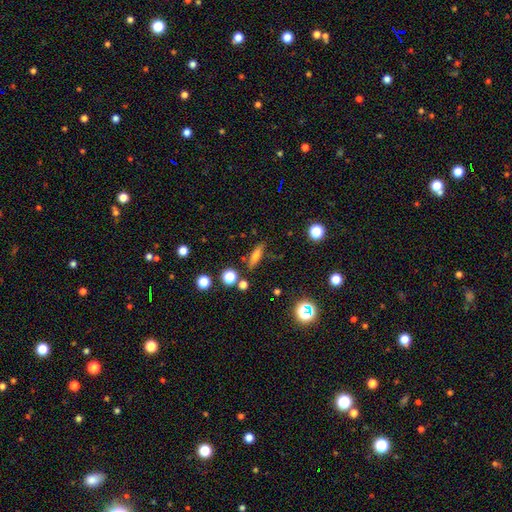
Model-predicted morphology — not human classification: The model was most divided on "how rounded": cigar-shaped: 57%, in between: 35%, round: 8%. More confident: merging — none (81%); smooth or featured — smooth (58%).